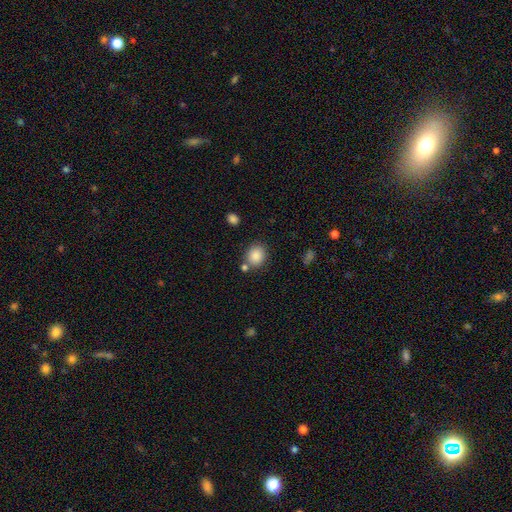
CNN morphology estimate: smooth_or_featured: smooth (p=0.86) [alt: star or artifact p=0.09]
how_rounded: round (p=0.74) [alt: in between p=0.25]
merging: none (p=0.75) [alt: minor disturbance p=0.11]